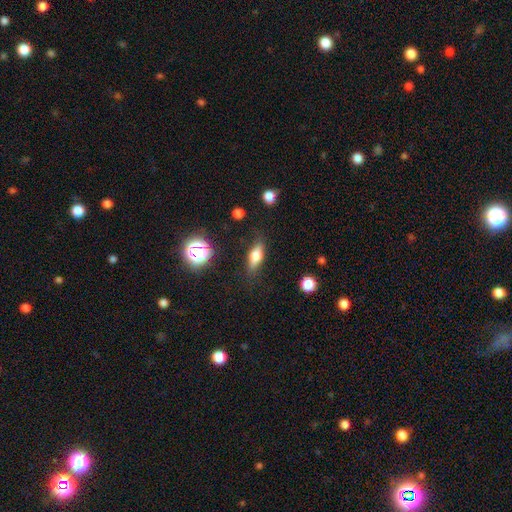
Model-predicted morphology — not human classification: smooth-or-featured: smooth: 59% | featured or disk: 31% | star or artifact: 10%
  how-rounded: in between: 62% | cigar-shaped: 31% | round: 7%
  merging: none: 80% | minor disturbance: 14% | major disturbance: 4% | merger: 2%